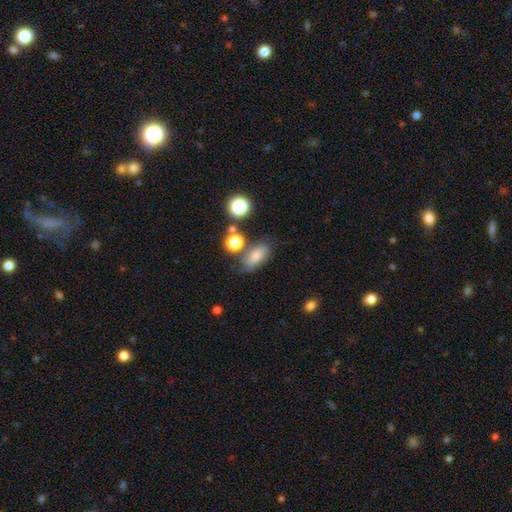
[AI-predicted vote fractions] The model was most divided on "merging": none: 56%, minor disturbance: 22%, merger: 12%, major disturbance: 10%. More confident: how rounded — in between (82%); smooth or featured — smooth (73%).